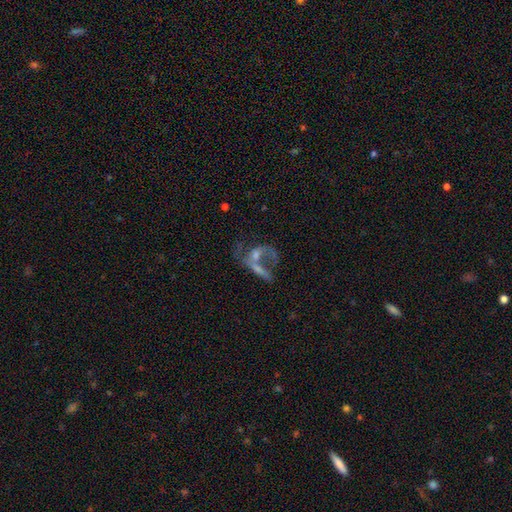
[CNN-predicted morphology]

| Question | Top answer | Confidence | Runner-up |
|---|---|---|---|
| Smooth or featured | featured or disk | 59% | smooth (26%) |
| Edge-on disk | no | 92% | yes (8%) |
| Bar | no | 74% | weak (19%) |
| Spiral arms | no | 58% | yes (42%) |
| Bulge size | moderate | 37% | small (32%) |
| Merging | merger | 49% | major disturbance (23%) |